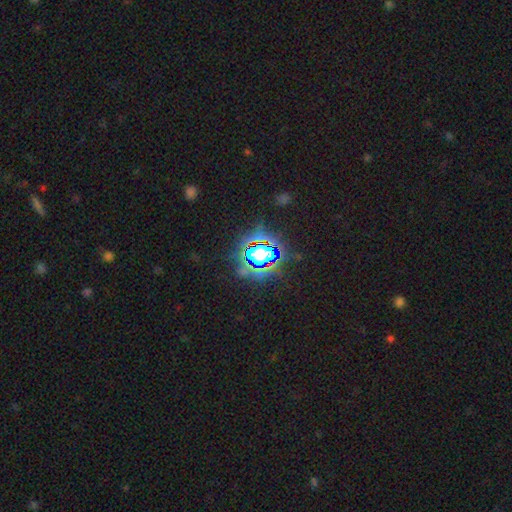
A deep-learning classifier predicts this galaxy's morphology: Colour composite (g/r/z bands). It shows a star or artifact, not a galaxy (81%).